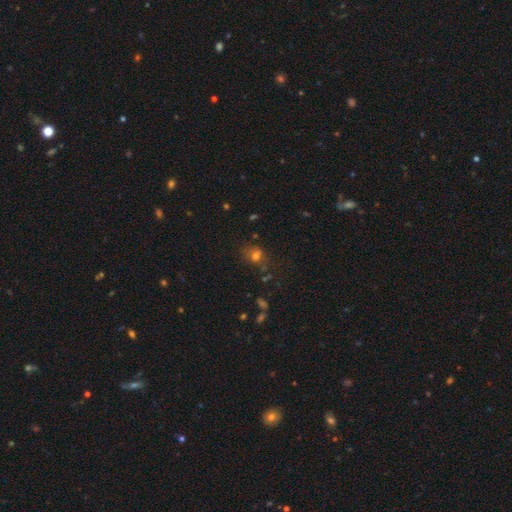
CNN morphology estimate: Smooth or featured?
  - smooth: 63% *
  - star or artifact: 22%
  - featured or disk: 16%
How rounded?
  - round: 52% *
  - in between: 46%
  - cigar-shaped: 2%
Merging?
  - none: 57% *
  - minor disturbance: 22%
  - major disturbance: 13%
  - merger: 8%